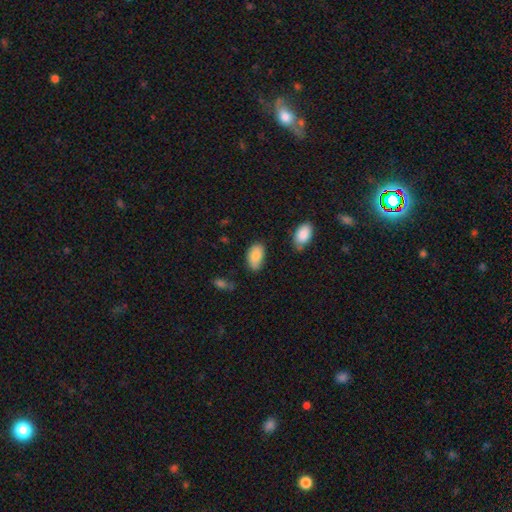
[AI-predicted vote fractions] This is clearly a smooth galaxy (84%). How rounded: clearly in between (94%). Merging: likely none (63%).